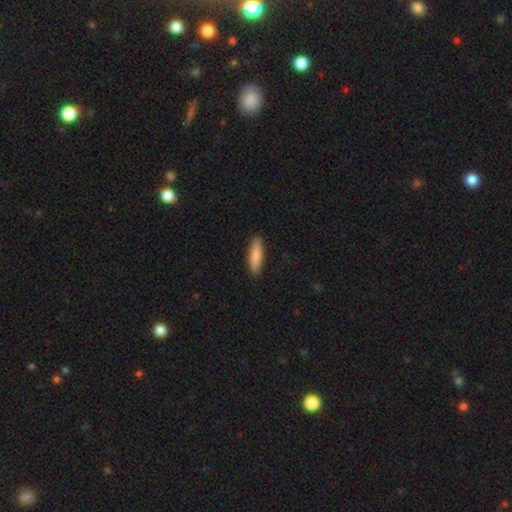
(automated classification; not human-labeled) smooth 83%, featured or disk 12%, star or artifact 5%. Down the decision tree: how rounded — cigar-shaped (64%); merging — none (90%).